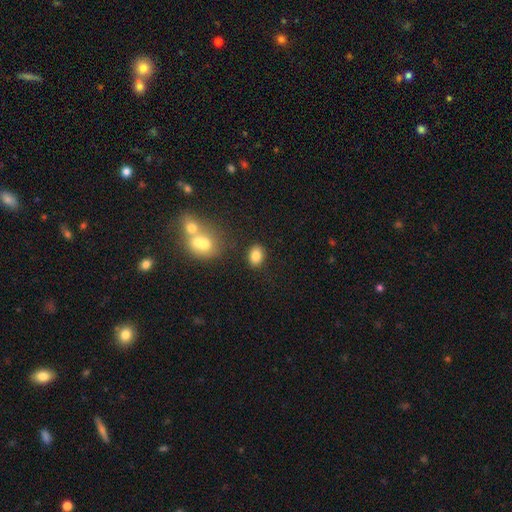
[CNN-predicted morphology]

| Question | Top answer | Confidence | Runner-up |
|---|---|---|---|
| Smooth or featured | smooth | 82% | star or artifact (10%) |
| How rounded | in between | 71% | round (27%) |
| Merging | none | 82% | minor disturbance (9%) |